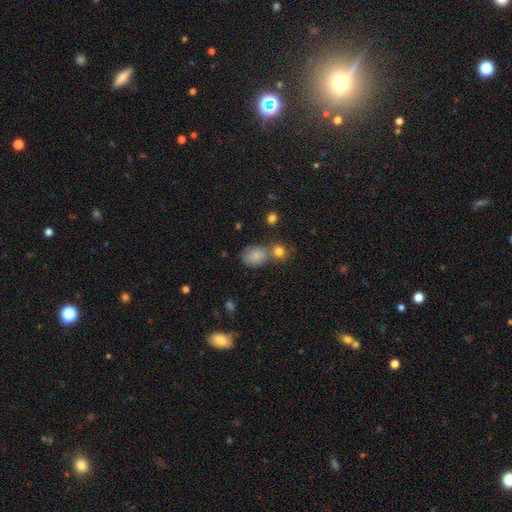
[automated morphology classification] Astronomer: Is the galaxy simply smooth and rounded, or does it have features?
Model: smooth — 80%.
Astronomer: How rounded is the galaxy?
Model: in between — 57% (runner-up: round, 41%).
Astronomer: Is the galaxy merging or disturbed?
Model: none — 47% (runner-up: merger, 29%).